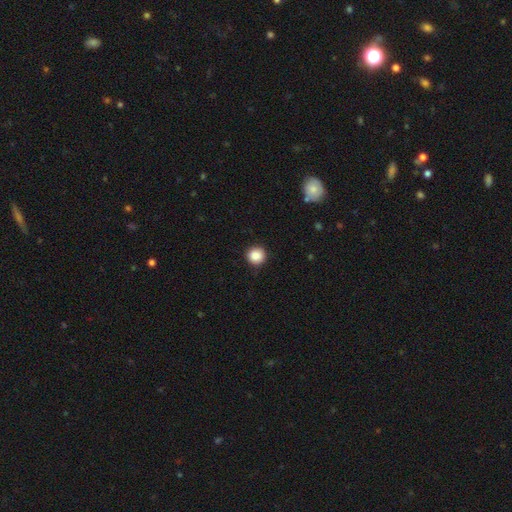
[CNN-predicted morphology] Overall: smooth (88%). How rounded: round (95%). Merging: none (91%).